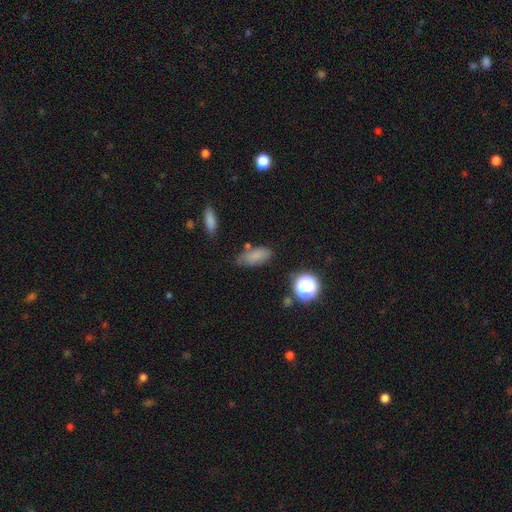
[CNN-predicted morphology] Smooth or featured? Predicted: smooth (p=0.79). How rounded? Predicted: in between (p=0.85). Merging? Predicted: none (p=0.66).